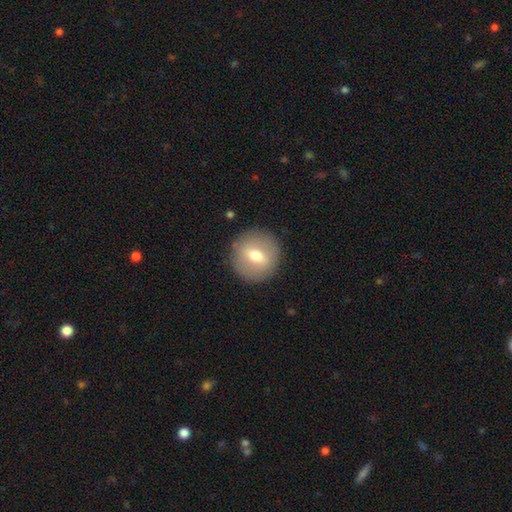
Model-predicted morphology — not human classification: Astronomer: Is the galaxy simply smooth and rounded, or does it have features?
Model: smooth — 58% (runner-up: featured or disk, 34%).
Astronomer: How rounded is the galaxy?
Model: round — 90%.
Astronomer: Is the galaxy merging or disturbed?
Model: none — 89%.